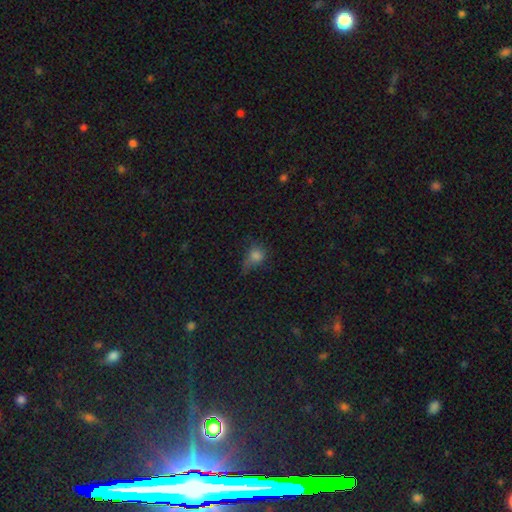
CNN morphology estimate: type=smooth (74%); roundness=round (62%); merging=none (36%).